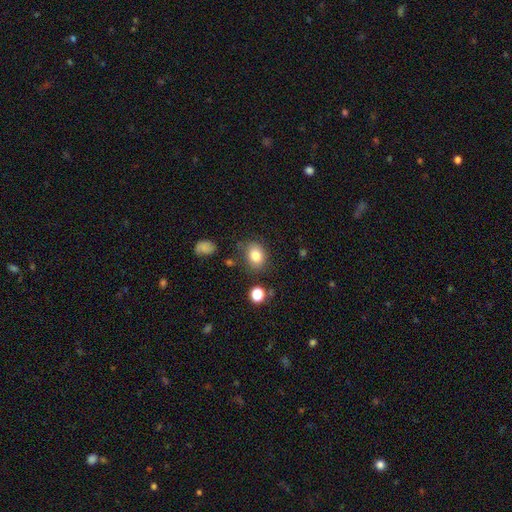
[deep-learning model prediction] Overall: smooth (81%). How rounded: in between (58%; round 41%). Merging: none (75%).